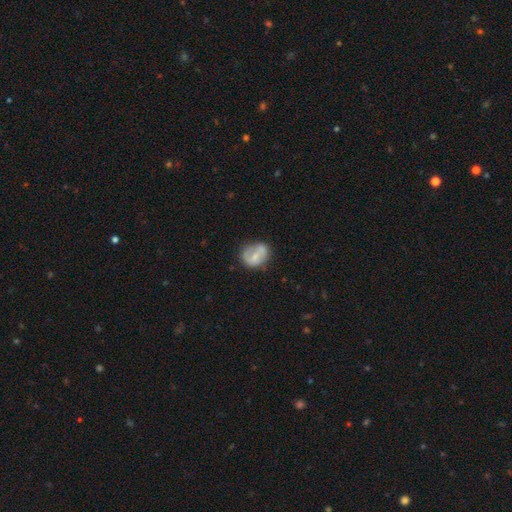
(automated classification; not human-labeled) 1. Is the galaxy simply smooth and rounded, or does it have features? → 48% smooth, 45% featured or disk, 7% star or artifact.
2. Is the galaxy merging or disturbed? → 49% none, 26% minor disturbance, 14% major disturbance, 11% merger.